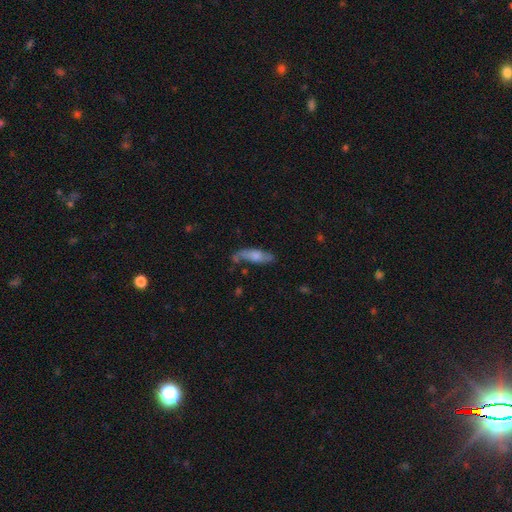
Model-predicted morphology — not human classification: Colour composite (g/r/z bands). It shows a smooth galaxy with no disk features (58%) that is in between round and cigar-shaped (49%). Merging: none (59%).